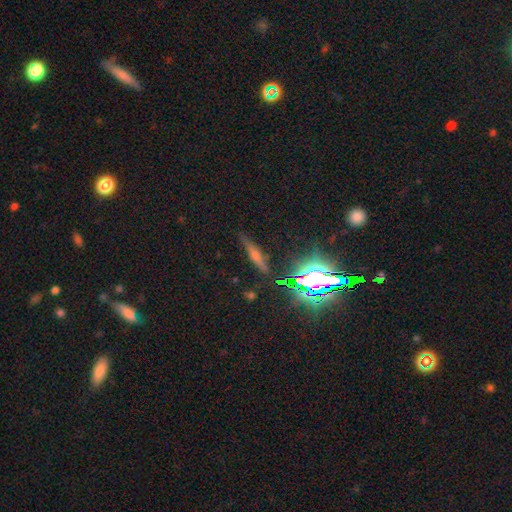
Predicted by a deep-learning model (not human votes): Q: Smooth or featured?
A: featured or disk (42%); runner-up: smooth (32%)
Q: Merging?
A: none (82%); runner-up: minor disturbance (13%)